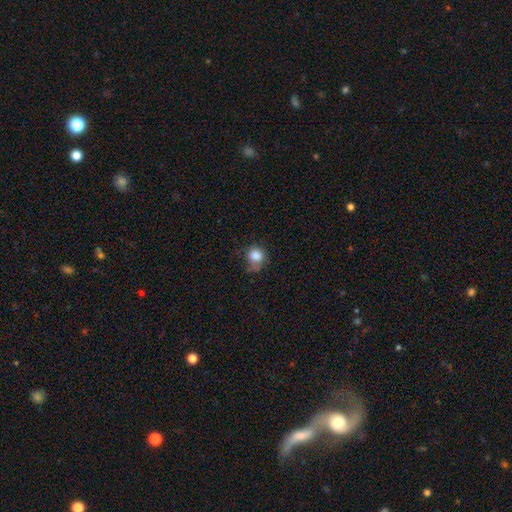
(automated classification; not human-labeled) Smooth or featured? Predicted: smooth (p=0.83). How rounded? Predicted: round (p=0.74). Merging? Predicted: none (p=0.48).